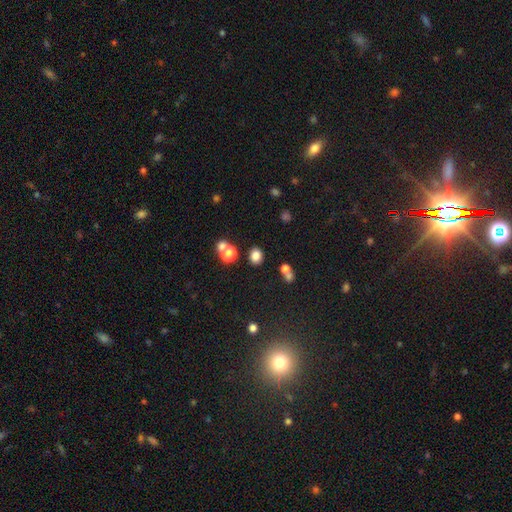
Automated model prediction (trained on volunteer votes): Morphology: type=smooth (79%); roundness=round (61%); merging=none (77%).